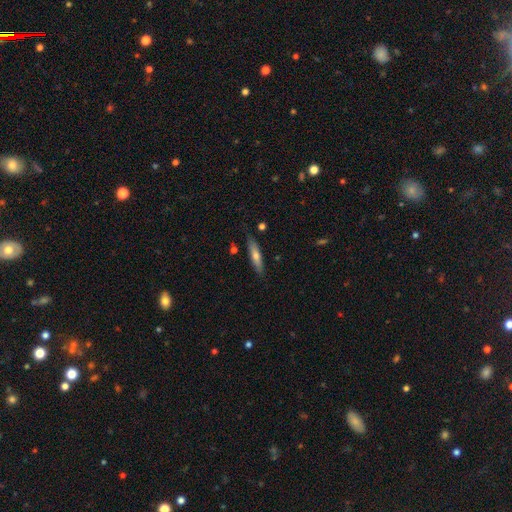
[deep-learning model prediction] Smooth or featured?
  - smooth: 56% *
  - featured or disk: 37%
  - star or artifact: 7%
How rounded?
  - cigar-shaped: 84% *
  - in between: 14%
  - round: 2%
Merging?
  - none: 84% *
  - minor disturbance: 12%
  - major disturbance: 2%
  - merger: 2%